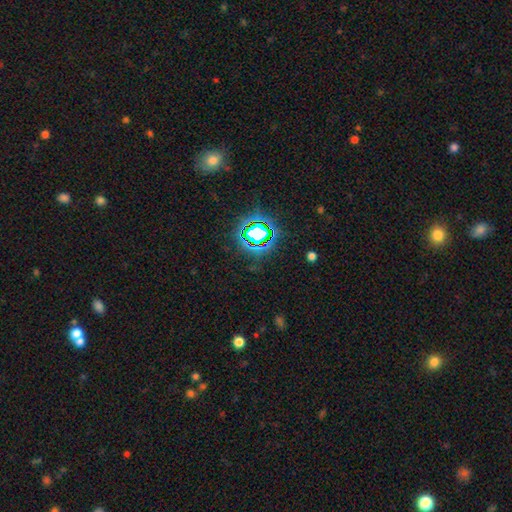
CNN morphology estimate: star or artifact 77%, smooth 15%, featured or disk 8%.